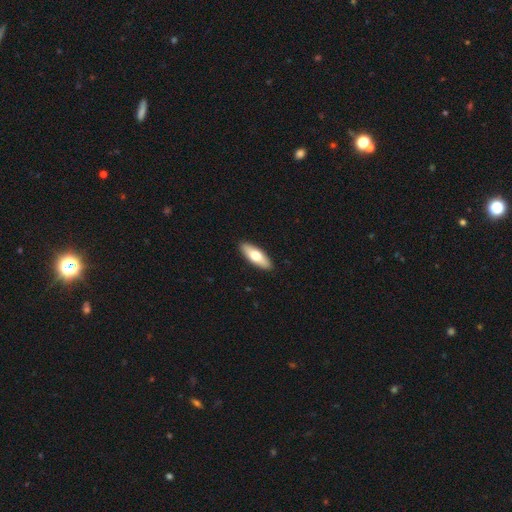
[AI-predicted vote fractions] smooth_or_featured: smooth (p=0.64) [alt: featured or disk p=0.31]
how_rounded: in between (p=0.63) [alt: cigar-shaped p=0.35]
merging: none (p=0.91) [alt: minor disturbance p=0.07]